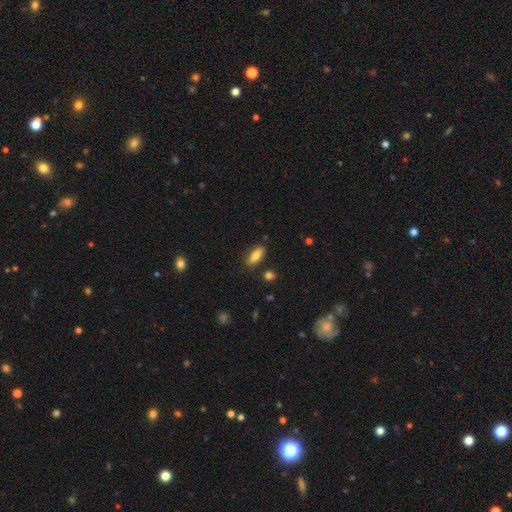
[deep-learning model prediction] A smooth galaxy with no disk features (77%) that is in between round and cigar-shaped (69%). Merging: none (83%).